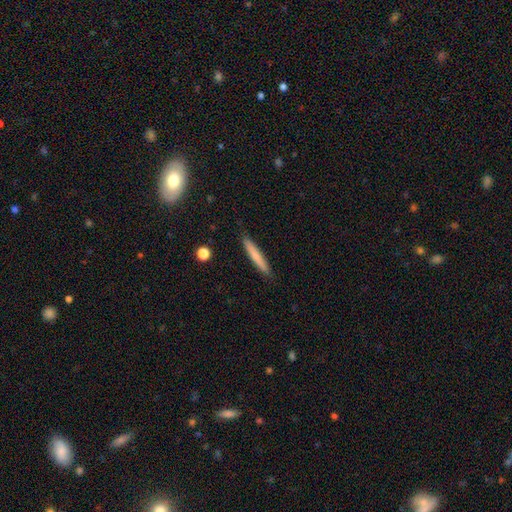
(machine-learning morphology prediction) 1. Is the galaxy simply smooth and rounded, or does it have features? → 69% smooth, 25% featured or disk, 6% star or artifact.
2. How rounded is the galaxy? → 94% cigar-shaped, 4% in between, 1% round.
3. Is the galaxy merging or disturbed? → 90% none, 8% minor disturbance, 2% major disturbance, 1% merger.